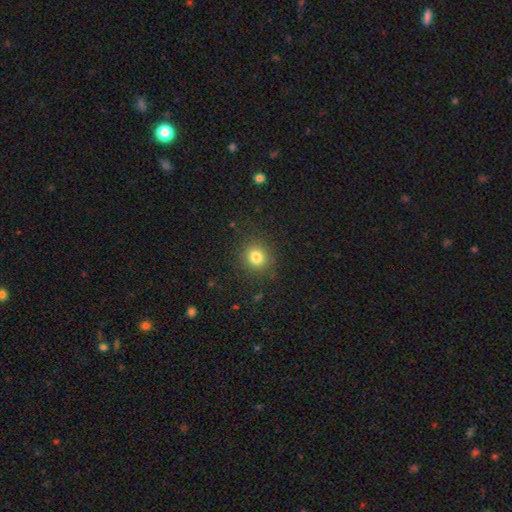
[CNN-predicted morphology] smooth-or-featured: smooth: 81% | star or artifact: 13% | featured or disk: 6%
  how-rounded: round: 85% | in between: 14% | cigar-shaped: 1%
  merging: none: 88% | minor disturbance: 8% | major disturbance: 3% | merger: 1%